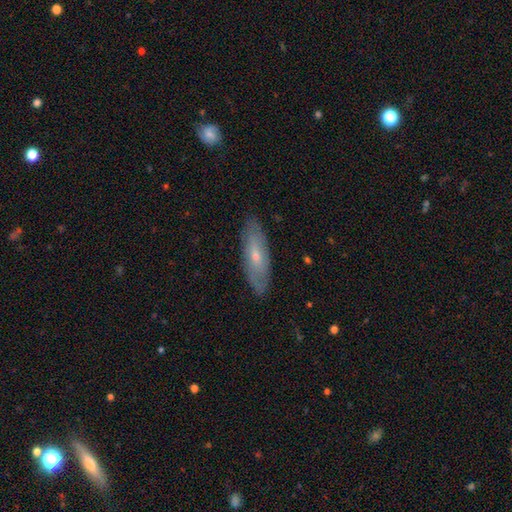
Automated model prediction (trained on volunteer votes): This appears to be a featured or disk galaxy (50%). Merging: none (85%).